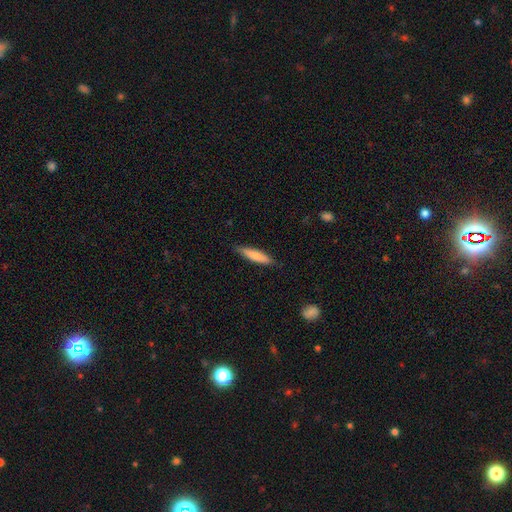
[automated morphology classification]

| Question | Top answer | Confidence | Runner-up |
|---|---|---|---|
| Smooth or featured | smooth | 77% | featured or disk (18%) |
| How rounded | cigar-shaped | 81% | in between (18%) |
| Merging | none | 85% | minor disturbance (12%) |